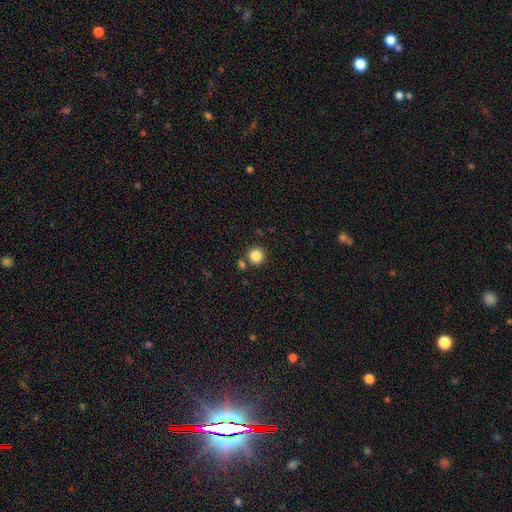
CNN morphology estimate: smooth 86%, star or artifact 10%, featured or disk 4%. Down the decision tree: how rounded — round (93%); merging — none (81%).